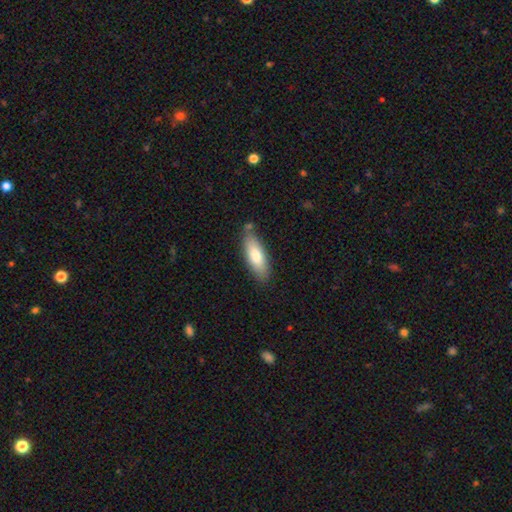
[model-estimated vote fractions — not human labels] Smooth or featured? smooth (75%)
How rounded? in between (60%)
Merging? none (79%)